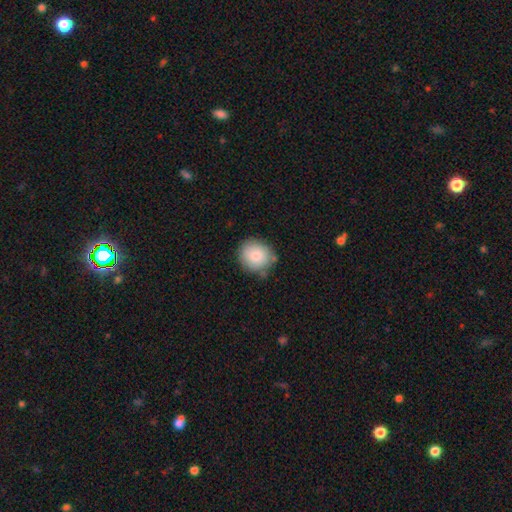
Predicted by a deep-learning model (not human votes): smooth-or-featured: smooth: 84% | featured or disk: 9% | star or artifact: 8%
  how-rounded: round: 86% | in between: 13% | cigar-shaped: 1%
  merging: none: 79% | minor disturbance: 14% | merger: 3% | major disturbance: 3%